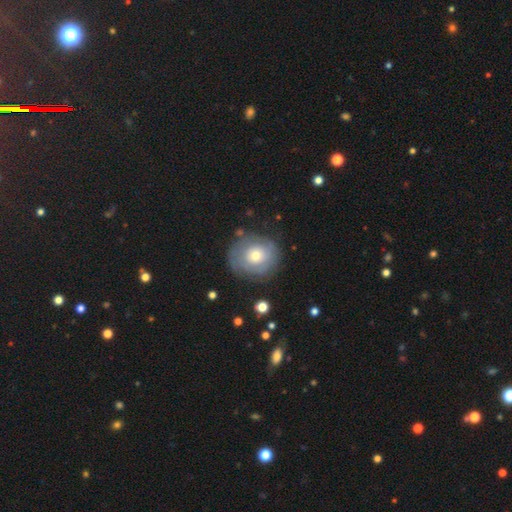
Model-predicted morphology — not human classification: This is possibly a featured or disk galaxy (48%). Merging: likely none (74%).